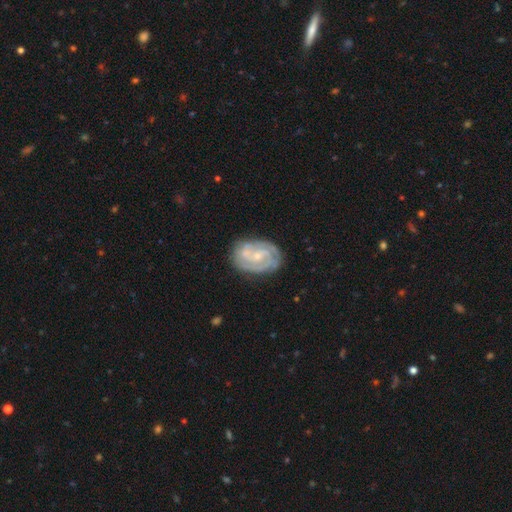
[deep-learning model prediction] This is clearly a featured or disk galaxy (83%). It is clearly not viewed edge-on (97%). Bar: possibly no (53%). Spiral arm pattern: clearly yes (94%). Spiral arm count: marginally 2 (39%). Spiral winding: likely tight (61%). Central bulge: likely small (66%). Merging: likely none (74%).